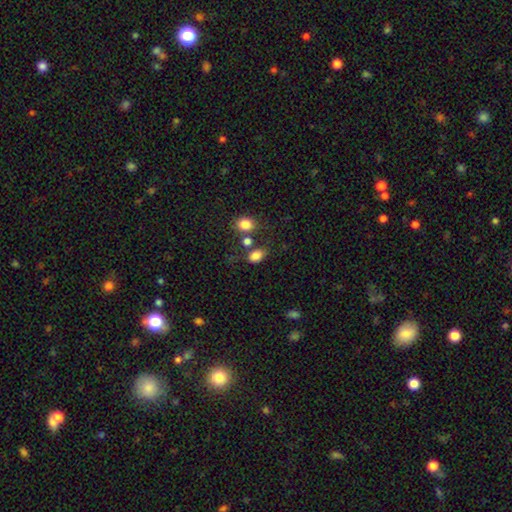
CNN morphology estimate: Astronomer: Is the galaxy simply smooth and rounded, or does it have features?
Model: smooth — 82%.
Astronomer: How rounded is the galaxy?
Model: in between — 71%.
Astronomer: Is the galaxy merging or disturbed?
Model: none — 57%.